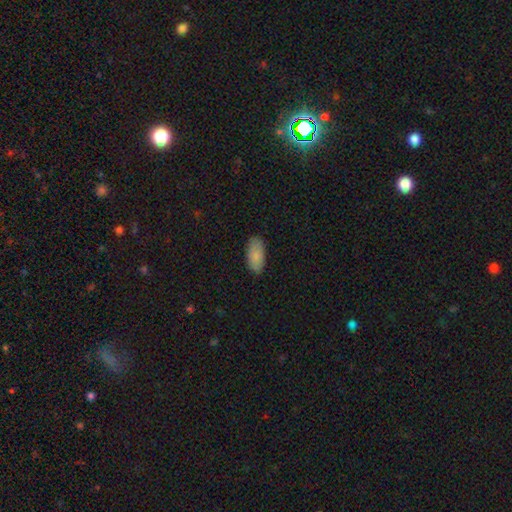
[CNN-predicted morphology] Overall: smooth (86%). How rounded: in between (92%). Merging: none (84%).